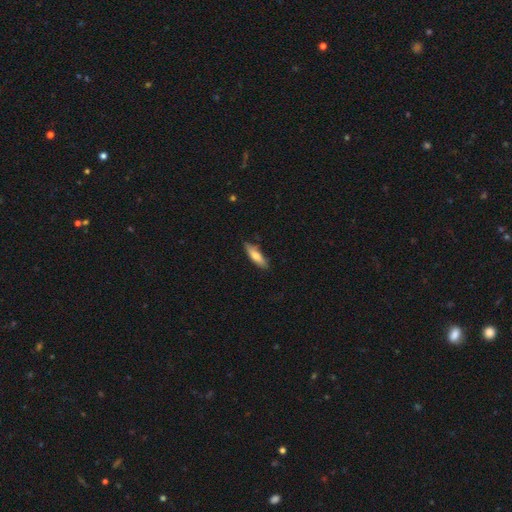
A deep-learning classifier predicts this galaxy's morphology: This appears to be a smooth galaxy with no disk features (71%) that is cigar-shaped (62%). Merging: none (82%).